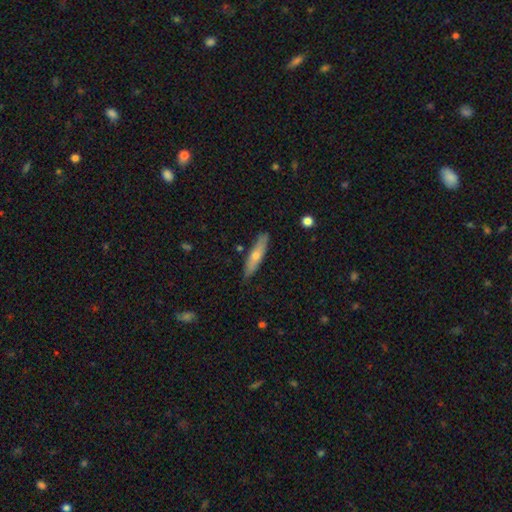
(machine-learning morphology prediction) Q: Smooth or featured?
A: smooth (56%); runner-up: featured or disk (38%)
Q: How rounded?
A: cigar-shaped (81%); runner-up: in between (17%)
Q: Merging?
A: none (86%); runner-up: minor disturbance (11%)